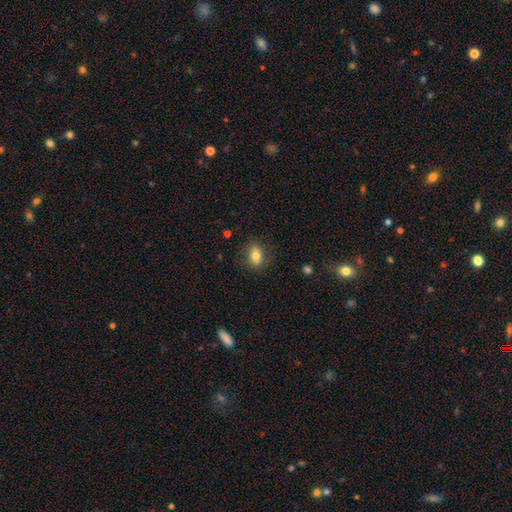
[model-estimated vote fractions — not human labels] Smooth or featured? Predicted: smooth (p=0.76). How rounded? Predicted: in between (p=0.70). Merging? Predicted: none (p=0.78).